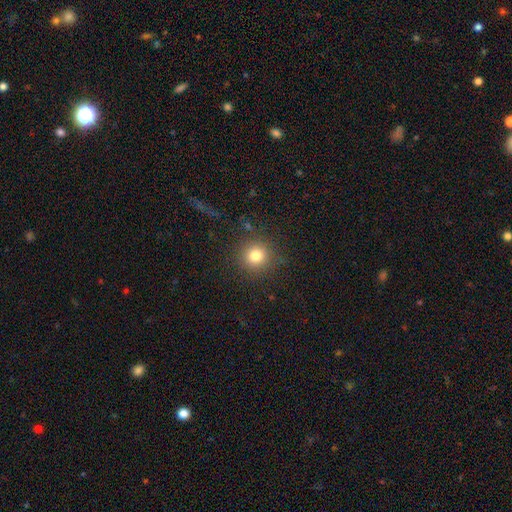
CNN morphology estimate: Smooth or featured: smooth — 80% (star or artifact — 13%)
How rounded: round — 93% (in between — 6%)
Merging: none — 88% (minor disturbance — 7%)